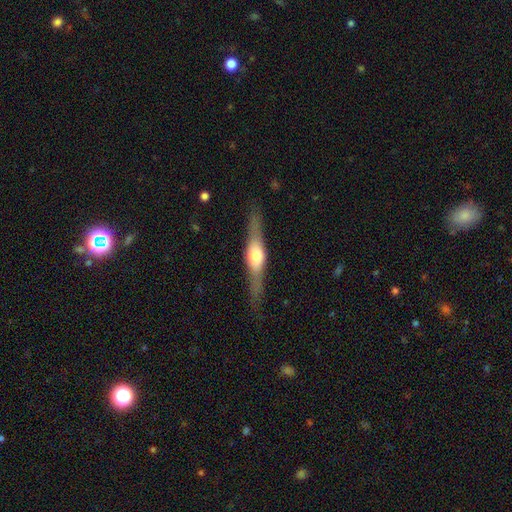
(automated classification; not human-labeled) Smooth or featured? featured or disk (65%)
Edge-on disk? yes (95%)
Edge-on bulge? rounded (88%)
Merging? none (83%)